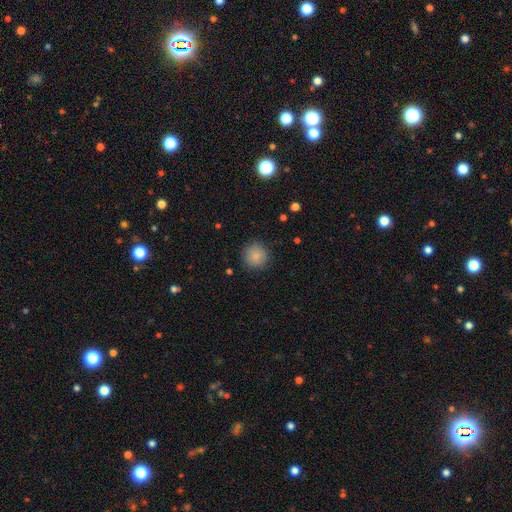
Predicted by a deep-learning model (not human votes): Morphology: type=smooth (87%); roundness=round (92%); merging=none (87%).